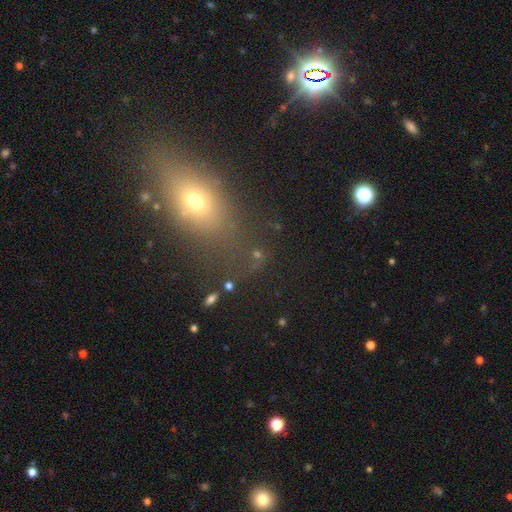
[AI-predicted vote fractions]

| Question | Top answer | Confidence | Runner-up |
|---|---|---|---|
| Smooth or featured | smooth | 51% | star or artifact (33%) |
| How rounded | in between | 50% | round (43%) |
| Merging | none | 56% | major disturbance (16%) |